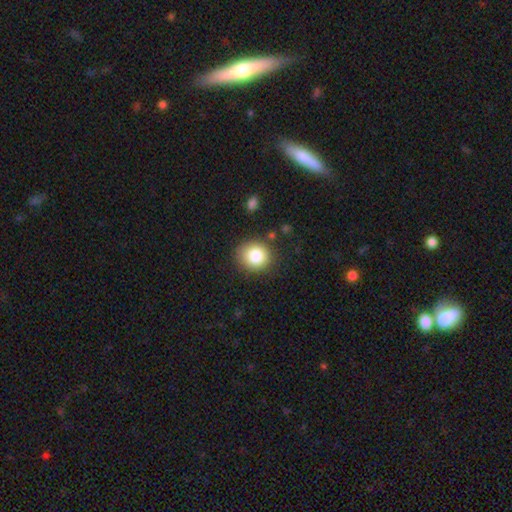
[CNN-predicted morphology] type=smooth (84%); roundness=round (80%); merging=none (84%).